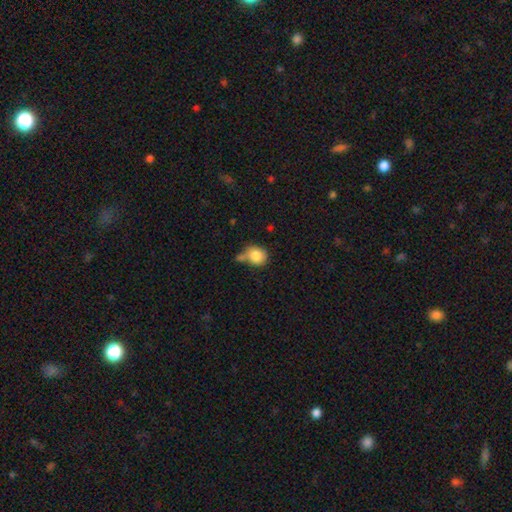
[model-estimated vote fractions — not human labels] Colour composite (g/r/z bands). It shows a smooth galaxy with no disk features (81%) that is round (73%). Merging: none (45%).